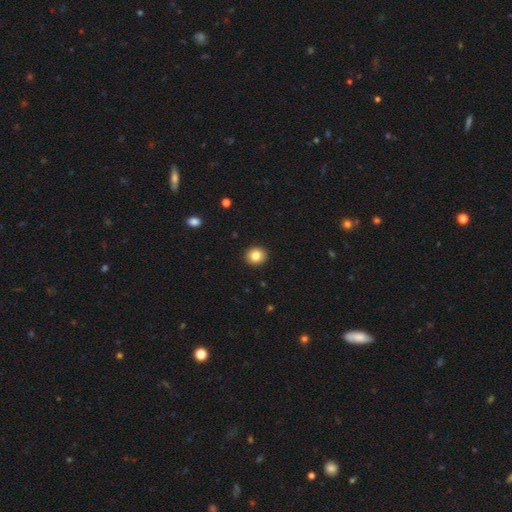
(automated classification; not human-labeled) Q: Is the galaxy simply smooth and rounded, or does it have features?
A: smooth — 83%.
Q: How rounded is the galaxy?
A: round — 79%.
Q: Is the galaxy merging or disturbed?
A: none — 92%.